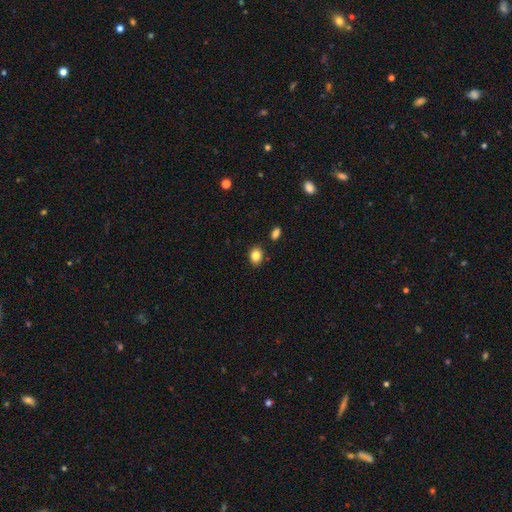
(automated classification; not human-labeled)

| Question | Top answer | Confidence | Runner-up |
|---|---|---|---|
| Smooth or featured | smooth | 84% | star or artifact (9%) |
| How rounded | in between | 59% | round (40%) |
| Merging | none | 86% | minor disturbance (9%) |